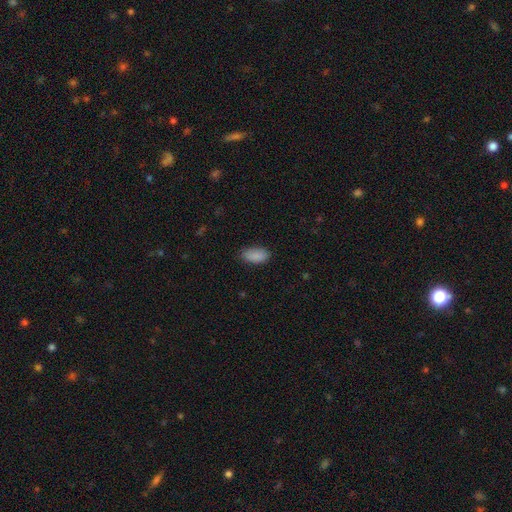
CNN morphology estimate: A smooth galaxy with no disk features (89%) that is in between round and cigar-shaped (93%).

Vote fractions:
- Smooth or featured? smooth: 89% / star or artifact: 7% / featured or disk: 4%
- How rounded? in between: 93% / cigar-shaped: 5% / round: 3%
- Merging? none: 79% / minor disturbance: 17% / major disturbance: 3% / merger: 1%